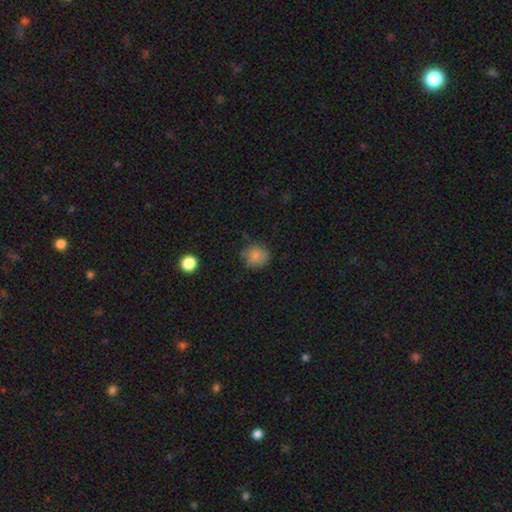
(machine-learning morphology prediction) The model was most divided on "how rounded": round: 78%, in between: 21%, cigar-shaped: 1%. More confident: smooth or featured — smooth (81%); merging — none (76%).